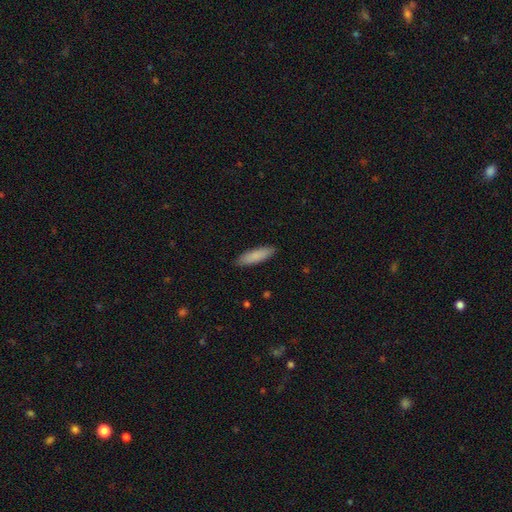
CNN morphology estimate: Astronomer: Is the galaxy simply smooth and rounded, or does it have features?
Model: smooth — 85%.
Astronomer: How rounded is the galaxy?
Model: cigar-shaped — 64%.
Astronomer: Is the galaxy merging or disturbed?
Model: none — 89%.